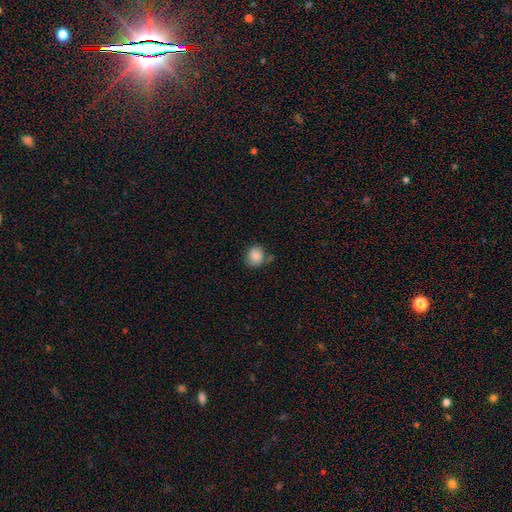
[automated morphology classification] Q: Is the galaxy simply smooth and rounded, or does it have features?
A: smooth — 87%.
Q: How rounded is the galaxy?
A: round — 74%.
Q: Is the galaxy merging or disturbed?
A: none — 67%.